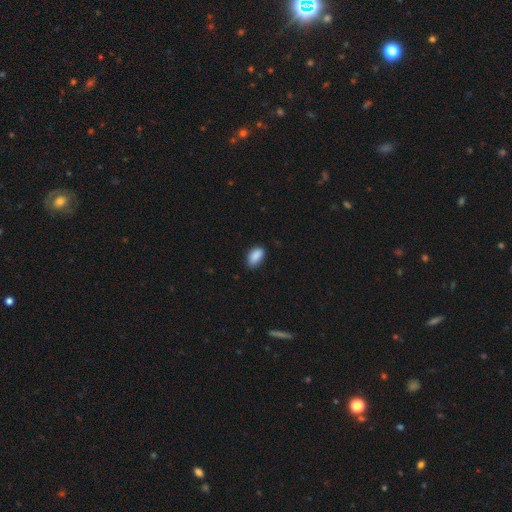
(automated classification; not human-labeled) Overall: smooth (89%). How rounded: in between (92%). Merging: none (79%).